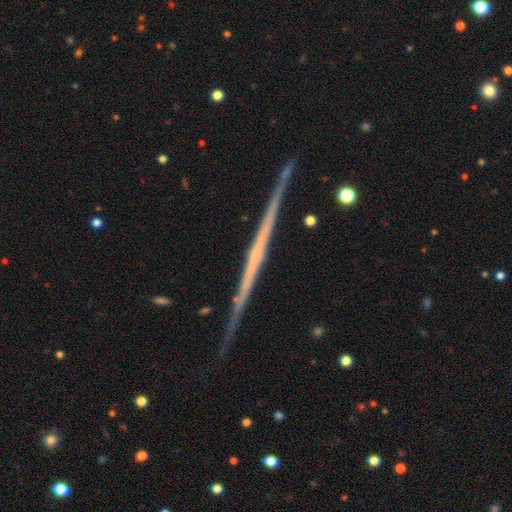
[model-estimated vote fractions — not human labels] smooth_or_featured: featured or disk (p=0.80) [alt: smooth p=0.14]
disk_edge_on: yes (p=0.98) [alt: no p=0.02]
edge_on_bulge: none (p=0.79) [alt: rounded p=0.15]
merging: none (p=0.87) [alt: minor disturbance p=0.09]